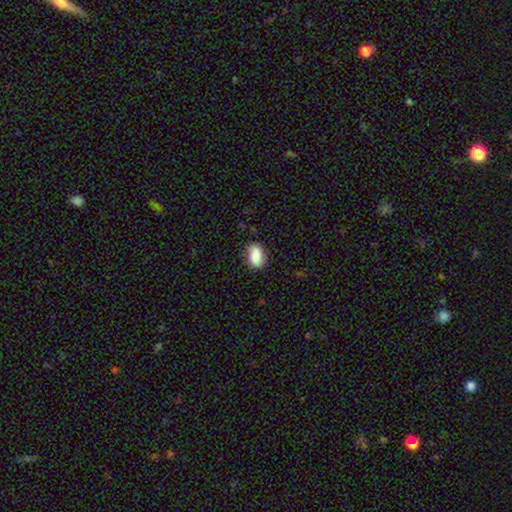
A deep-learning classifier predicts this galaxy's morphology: This is clearly a smooth galaxy (88%). How rounded: clearly in between (89%). Merging: likely none (78%).